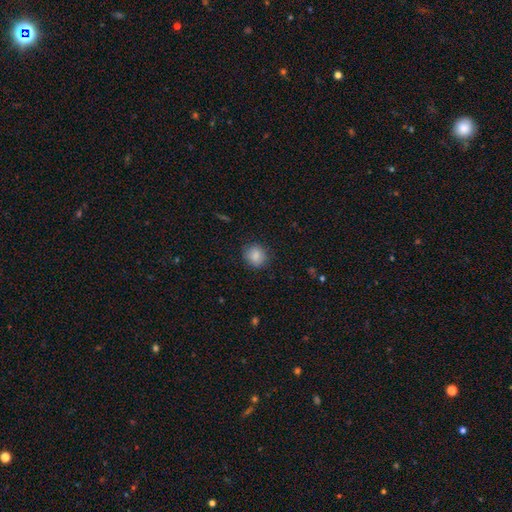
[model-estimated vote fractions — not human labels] Morphology: type=smooth (87%); roundness=round (82%); merging=none (86%).